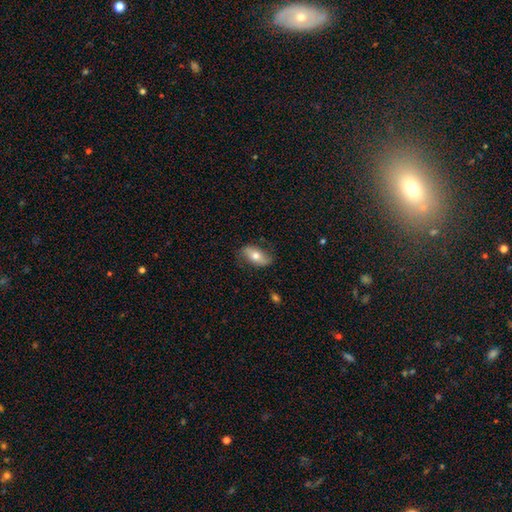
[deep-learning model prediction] A smooth galaxy with no disk features (61%) that is in between round and cigar-shaped (88%). Merging: none (75%).